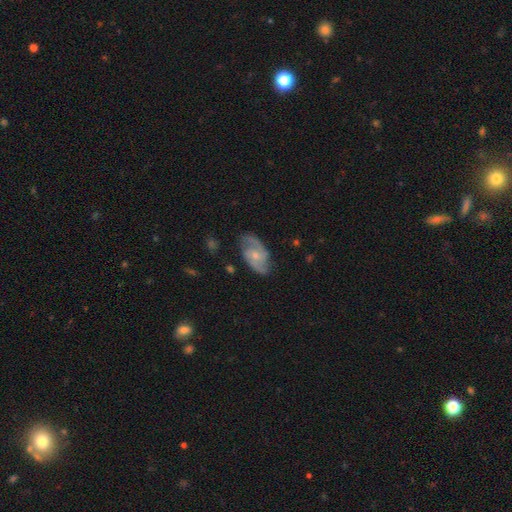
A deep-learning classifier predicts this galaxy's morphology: This appears to be a featured or disk galaxy (77%) with no bar (57%), 2 (83%) medium (50%) spiral arms (93%) and a small central bulge (61%). Merging: none (72%).